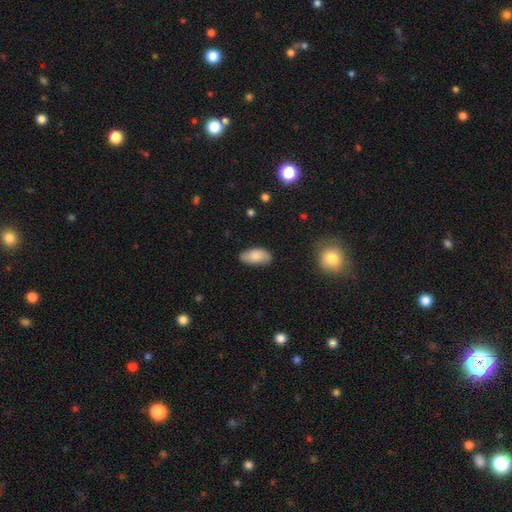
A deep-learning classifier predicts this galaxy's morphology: A smooth galaxy with no disk features (77%) that is in between round and cigar-shaped (92%).

Vote fractions:
- Smooth or featured? smooth: 77% / featured or disk: 15% / star or artifact: 7%
- How rounded? in between: 92% / cigar-shaped: 5% / round: 3%
- Merging? none: 76% / minor disturbance: 19% / major disturbance: 4% / merger: 2%